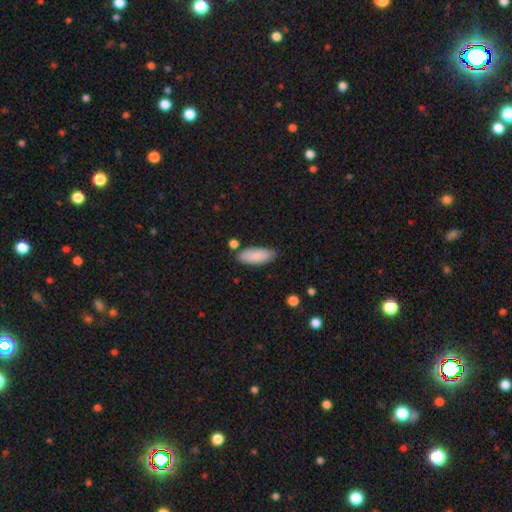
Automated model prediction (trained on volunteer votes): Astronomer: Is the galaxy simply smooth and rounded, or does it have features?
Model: smooth — 87%.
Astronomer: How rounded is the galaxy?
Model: in between — 79%.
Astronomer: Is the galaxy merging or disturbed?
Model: none — 79%.